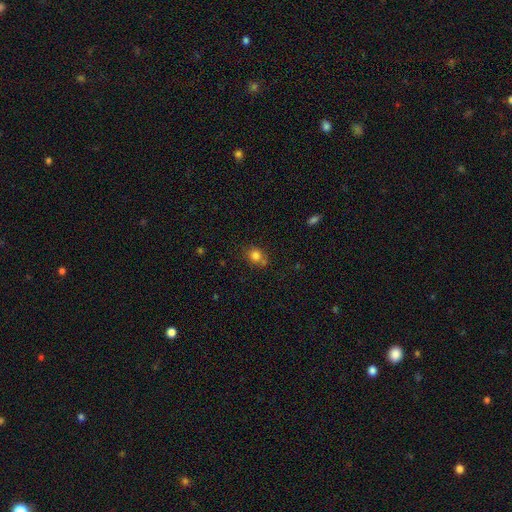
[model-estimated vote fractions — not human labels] A smooth galaxy with no disk features (80%) that is round (68%). Merging: none (64%).